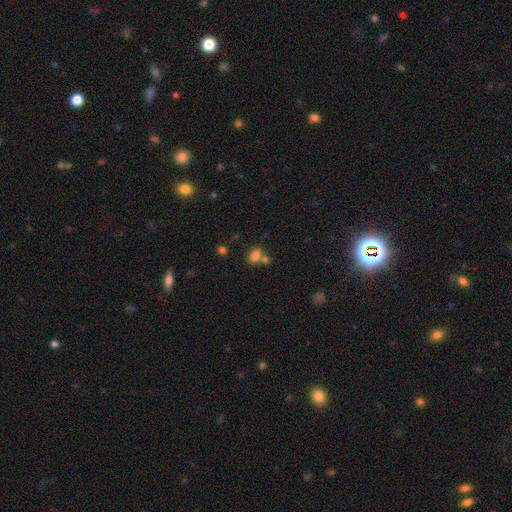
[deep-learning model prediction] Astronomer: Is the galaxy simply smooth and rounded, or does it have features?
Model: smooth — 79%.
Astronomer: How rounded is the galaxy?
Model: in between — 71%.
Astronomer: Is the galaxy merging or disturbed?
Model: none — 46% (runner-up: merger, 38%).